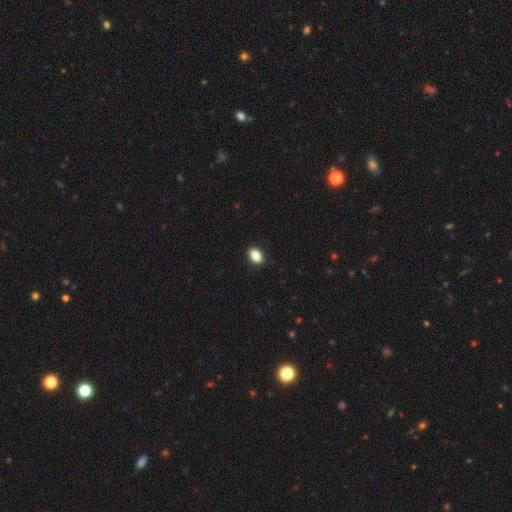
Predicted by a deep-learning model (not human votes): Smooth or featured? smooth (87%)
How rounded? in between (86%)
Merging? none (90%)